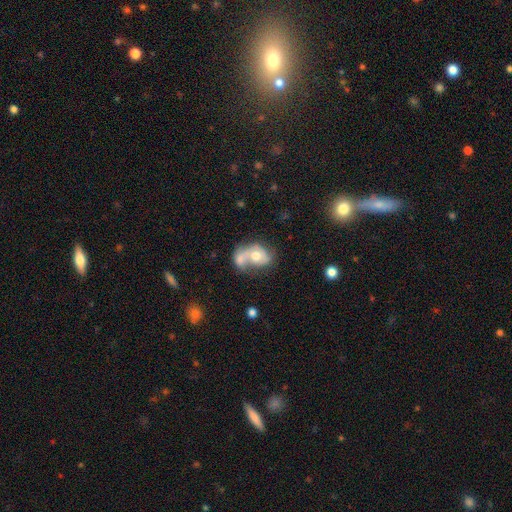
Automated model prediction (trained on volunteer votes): A featured or disk galaxy (48%).

Vote fractions:
- Smooth or featured? featured or disk: 48% / smooth: 44% / star or artifact: 7%
- Merging? merger: 58% / none: 18% / major disturbance: 13% / minor disturbance: 11%